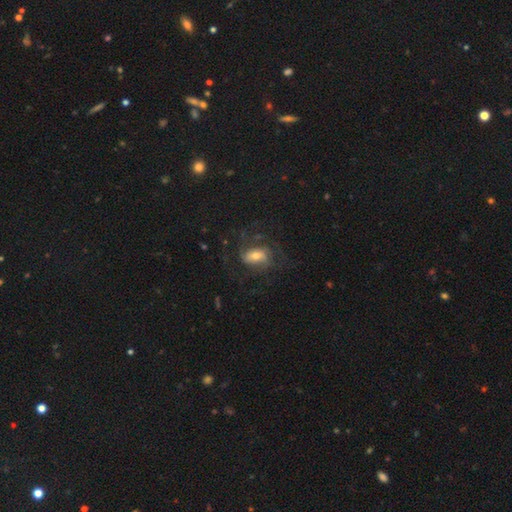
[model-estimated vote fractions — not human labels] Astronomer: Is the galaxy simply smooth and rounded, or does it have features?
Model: featured or disk — 65%.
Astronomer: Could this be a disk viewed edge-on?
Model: no — 96%.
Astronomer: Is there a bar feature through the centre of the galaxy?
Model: no — 46% (runner-up: weak, 38%).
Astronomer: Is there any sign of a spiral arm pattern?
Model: yes — 83%.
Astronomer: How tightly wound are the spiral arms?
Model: medium — 45% (runner-up: loose, 28%).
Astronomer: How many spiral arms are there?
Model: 2 — 34% (runner-up: can't tell, 32%).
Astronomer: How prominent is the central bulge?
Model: moderate — 54% (runner-up: small, 32%).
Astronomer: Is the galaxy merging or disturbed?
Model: none — 57%.